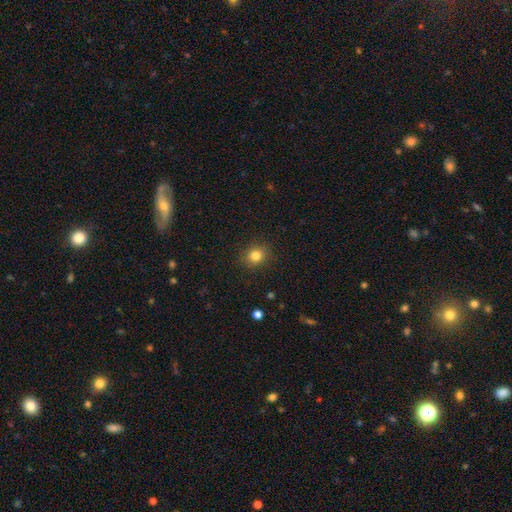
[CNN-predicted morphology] A smooth galaxy with no disk features (82%) that is round (76%).

Vote fractions:
- Smooth or featured? smooth: 82% / star or artifact: 12% / featured or disk: 6%
- How rounded? round: 76% / in between: 23% / cigar-shaped: 1%
- Merging? none: 89% / minor disturbance: 8% / major disturbance: 2% / merger: 1%